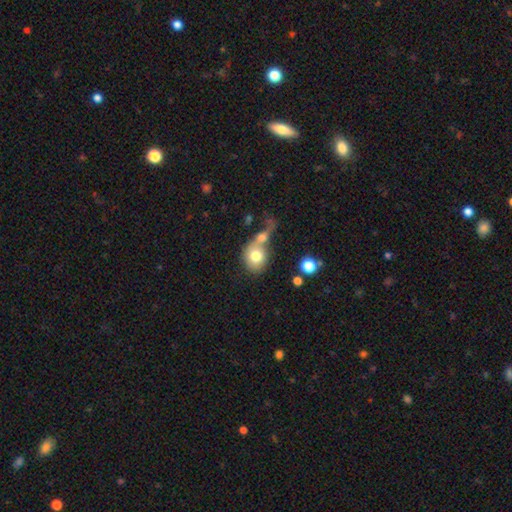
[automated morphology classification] type=smooth (74%); roundness=round (66%); merging=merger (57%).